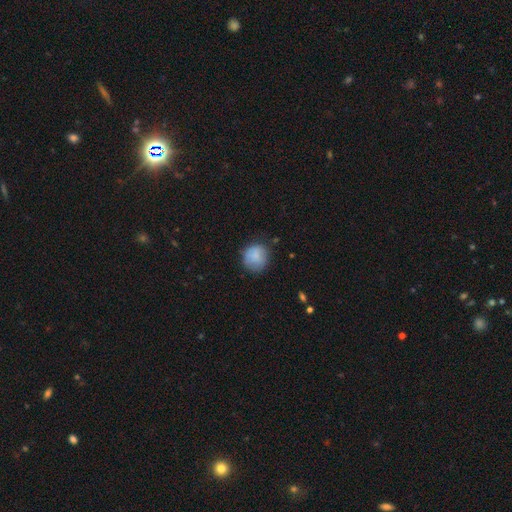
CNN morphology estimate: This appears to be a smooth galaxy with no disk features (84%) that is round (87%). Merging: none (73%).